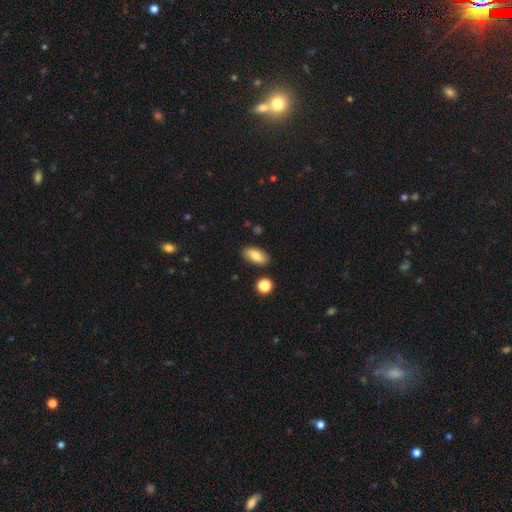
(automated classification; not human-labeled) Smooth or featured: smooth — 79% (featured or disk — 13%)
How rounded: in between — 89% (cigar-shaped — 7%)
Merging: none — 86% (minor disturbance — 10%)